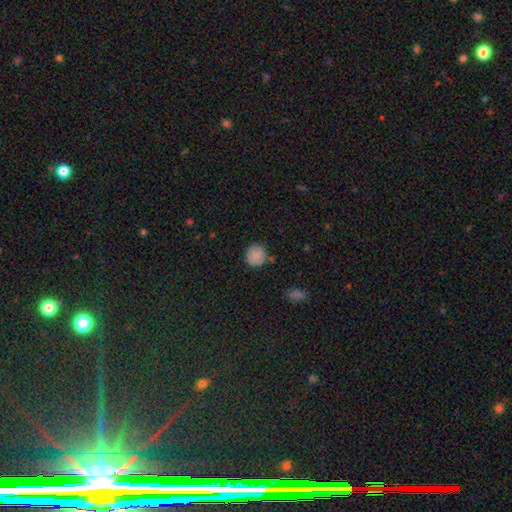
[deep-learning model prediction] Smooth or featured: smooth — 87% (star or artifact — 9%)
How rounded: round — 89% (in between — 10%)
Merging: none — 82% (minor disturbance — 12%)